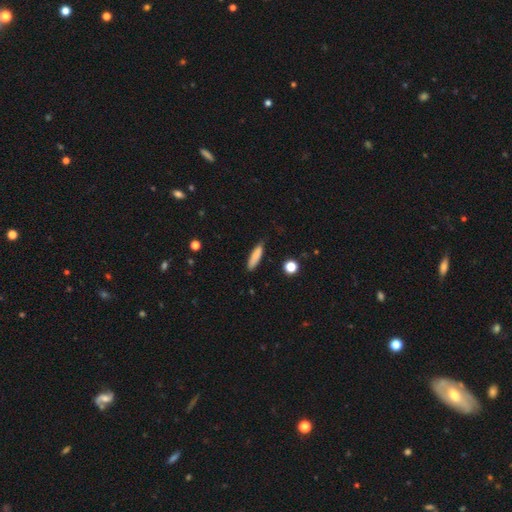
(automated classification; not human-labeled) Smooth or featured?
  - smooth: 84% *
  - featured or disk: 9%
  - star or artifact: 7%
How rounded?
  - cigar-shaped: 74% *
  - in between: 24%
  - round: 2%
Merging?
  - none: 79% *
  - minor disturbance: 16%
  - major disturbance: 3%
  - merger: 2%